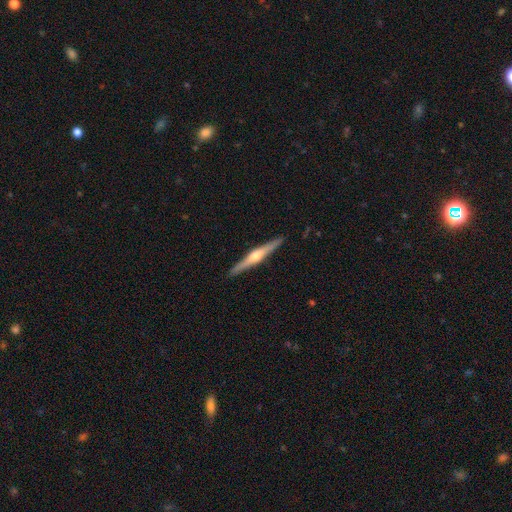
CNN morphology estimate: type=featured or disk (75%); edge-on=yes (98%); edge-on bulge=rounded (91%); merging=none (92%).